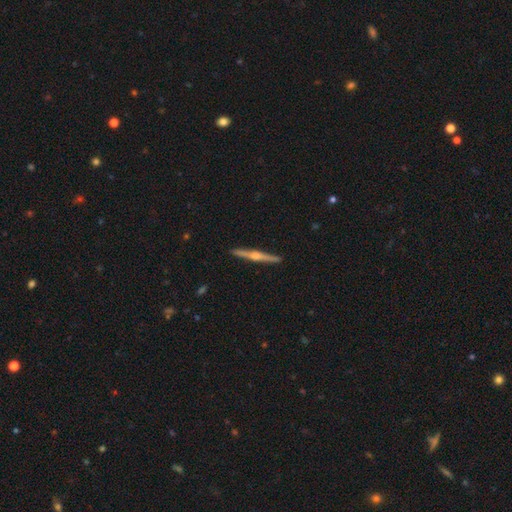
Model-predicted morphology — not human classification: A featured or disk galaxy (75%) viewed edge-on (98%) with a rounded central bulge (81%). Merging: none (92%).